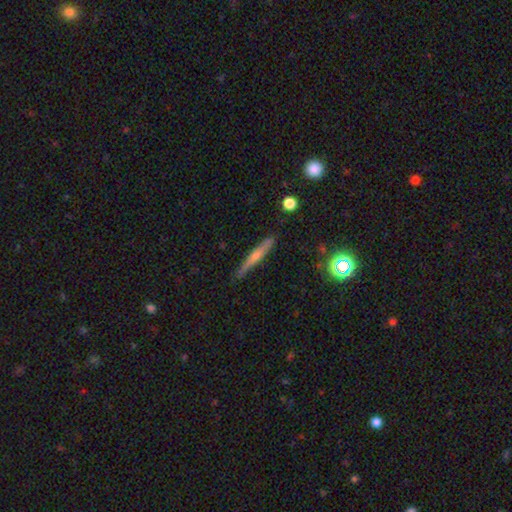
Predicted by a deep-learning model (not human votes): smooth-or-featured: featured or disk: 56% | smooth: 36% | star or artifact: 8%
  disk-edge-on: yes: 95% | no: 5%
    edge-on-bulge: rounded: 70% | none: 24% | boxy: 5%
  merging: none: 84% | minor disturbance: 13% | major disturbance: 2% | merger: 2%